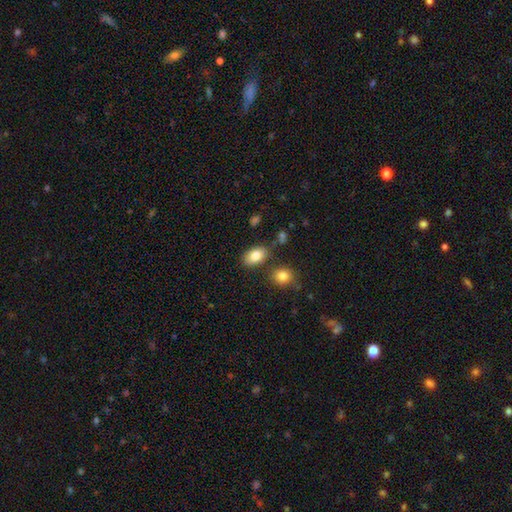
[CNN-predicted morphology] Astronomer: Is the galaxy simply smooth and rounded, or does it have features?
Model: smooth — 82%.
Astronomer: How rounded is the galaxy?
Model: in between — 89%.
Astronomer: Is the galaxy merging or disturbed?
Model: none — 78%.